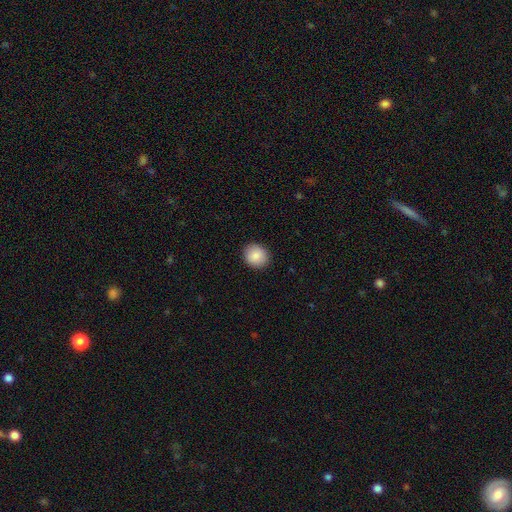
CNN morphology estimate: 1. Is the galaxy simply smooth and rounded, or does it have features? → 88% smooth, 8% star or artifact, 5% featured or disk.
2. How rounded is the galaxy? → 83% round, 16% in between, 1% cigar-shaped.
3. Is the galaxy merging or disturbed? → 91% none, 6% minor disturbance, 2% major disturbance, 1% merger.